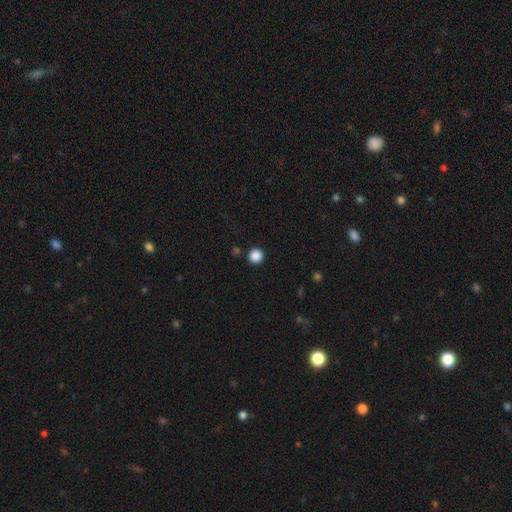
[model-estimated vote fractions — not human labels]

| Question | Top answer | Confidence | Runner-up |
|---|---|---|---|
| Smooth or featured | smooth | 87% | star or artifact (10%) |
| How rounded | round | 96% | in between (4%) |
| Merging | none | 91% | minor disturbance (5%) |